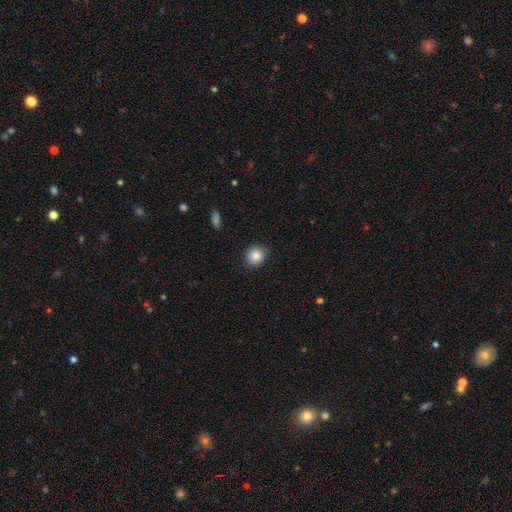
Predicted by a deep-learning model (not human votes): Smooth or featured: smooth — 86% (star or artifact — 9%)
How rounded: round — 85% (in between — 14%)
Merging: none — 89% (minor disturbance — 8%)